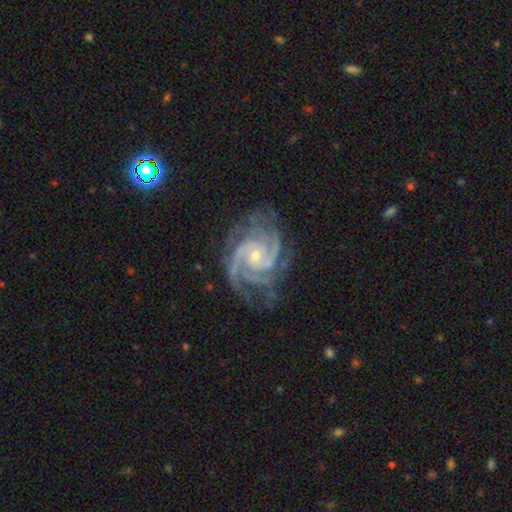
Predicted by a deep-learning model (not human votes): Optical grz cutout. It shows a featured or disk galaxy (93%) with no bar (66%), 3 (38%) tight (60%) spiral arms (99%) and a small central bulge (61%). Merging: none (71%).